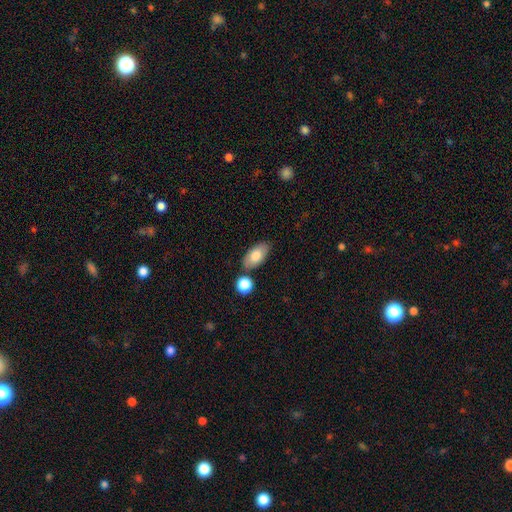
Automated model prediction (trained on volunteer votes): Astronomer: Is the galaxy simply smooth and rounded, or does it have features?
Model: smooth — 78%.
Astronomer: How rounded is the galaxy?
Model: in between — 93%.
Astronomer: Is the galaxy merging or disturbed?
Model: none — 75%.